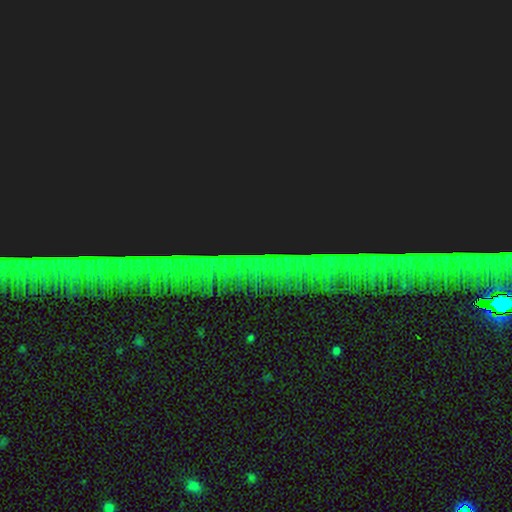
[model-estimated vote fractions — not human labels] The model was most divided on "smooth or featured": star or artifact: 81%, featured or disk: 10%, smooth: 9%.